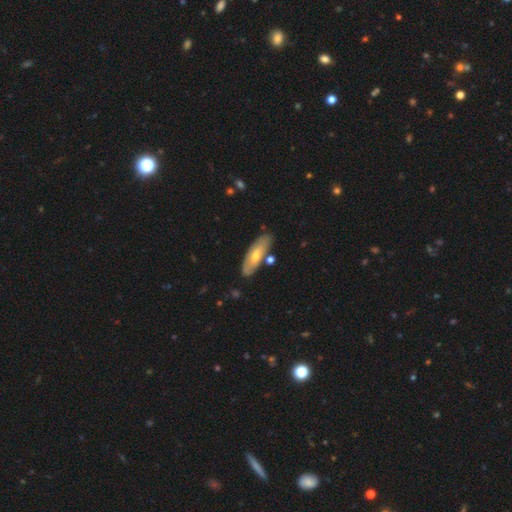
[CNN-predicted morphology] A smooth galaxy with no disk features (54%) that is in between round and cigar-shaped (60%). Merging: none (79%).